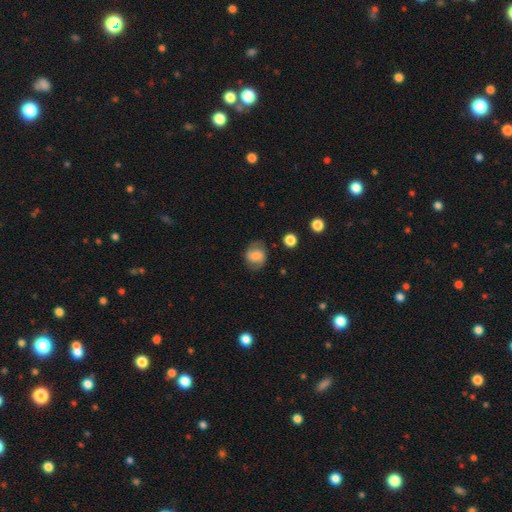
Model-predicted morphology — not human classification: This is possibly a smooth galaxy (47%). Merging: likely none (74%).